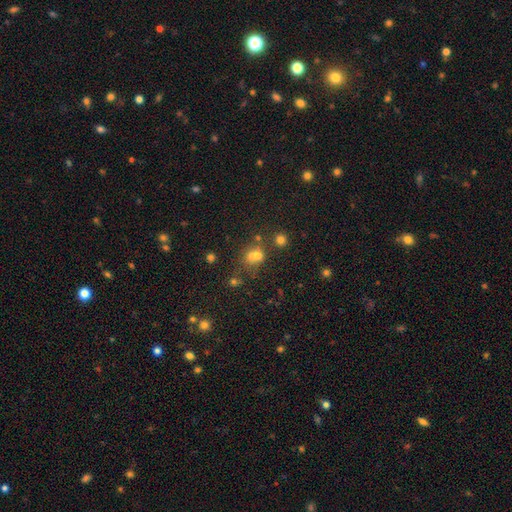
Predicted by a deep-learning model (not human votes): Smooth or featured: smooth — 60% (star or artifact — 26%)
How rounded: round — 65% (in between — 34%)
Merging: none — 42% (merger — 41%)